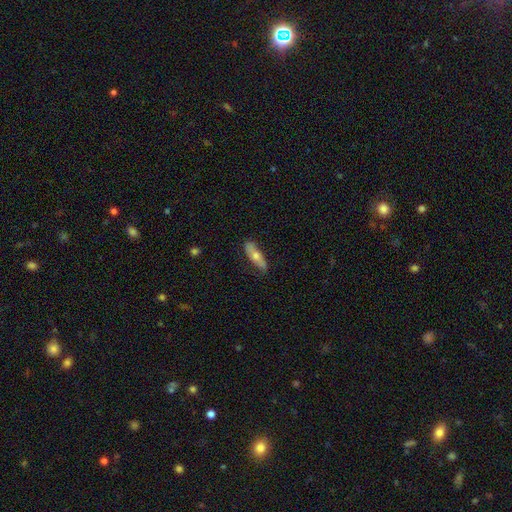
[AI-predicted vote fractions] A smooth galaxy with no disk features (54%) that is cigar-shaped (56%).

Vote fractions:
- Smooth or featured? smooth: 54% / featured or disk: 40% / star or artifact: 6%
- How rounded? cigar-shaped: 56% / in between: 41% / round: 3%
- Merging? none: 81% / minor disturbance: 15% / major disturbance: 3% / merger: 1%